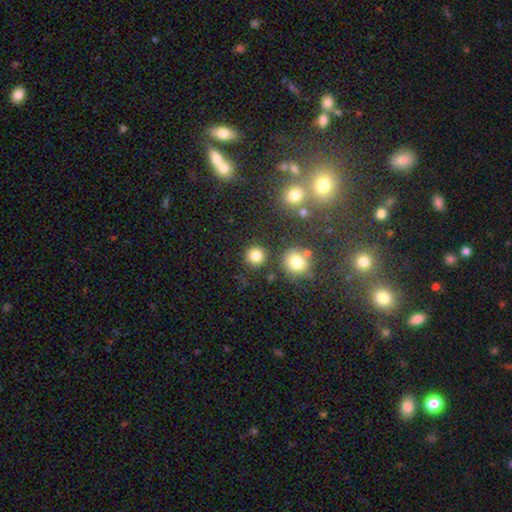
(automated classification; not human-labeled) Overall: smooth (81%). How rounded: round (93%). Merging: none (85%).